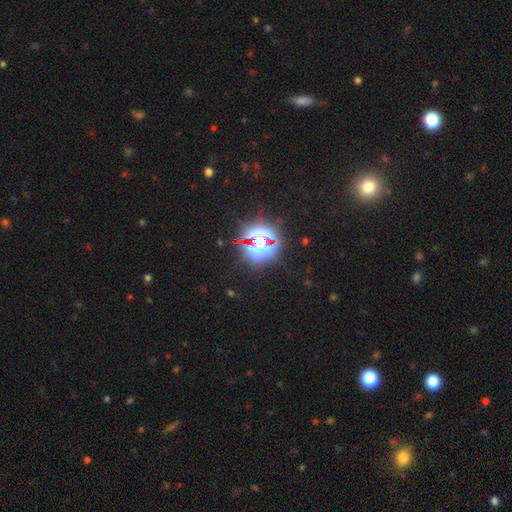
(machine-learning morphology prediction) smooth_or_featured: star or artifact (p=0.70) [alt: smooth p=0.19]